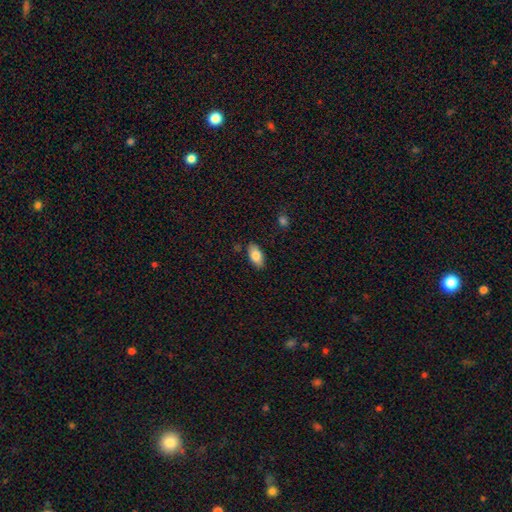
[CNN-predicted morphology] type=smooth (81%); roundness=in between (92%); merging=none (84%).